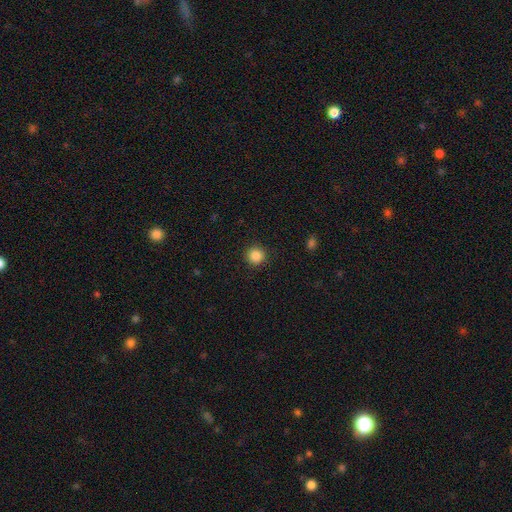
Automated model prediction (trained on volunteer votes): A smooth galaxy with no disk features (87%) that is round (95%).

Vote fractions:
- Smooth or featured? smooth: 87% / star or artifact: 10% / featured or disk: 3%
- How rounded? round: 95% / in between: 4% / cigar-shaped: 1%
- Merging? none: 92% / minor disturbance: 5% / major disturbance: 2% / merger: 1%